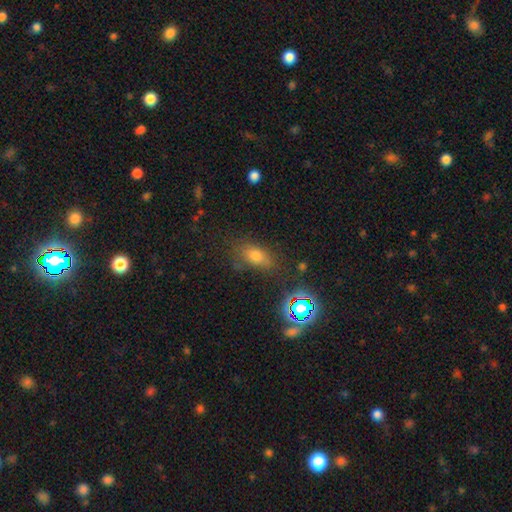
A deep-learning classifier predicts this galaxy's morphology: This appears to be a smooth galaxy with no disk features (65%) that is in between round and cigar-shaped (76%). Merging: none (69%).